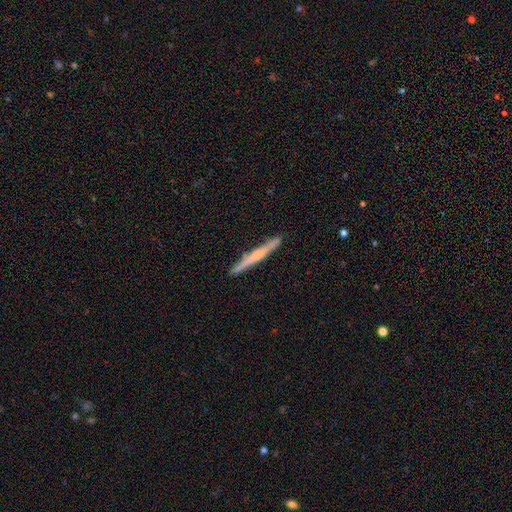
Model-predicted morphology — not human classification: Overall: featured or disk (53%; smooth 41%). Edge-on disk: yes (97%). Edge-on bulge: none (50%; rounded 37%). Merging: none (91%).